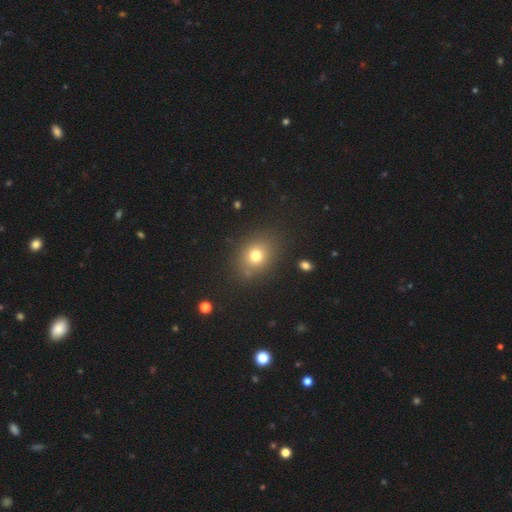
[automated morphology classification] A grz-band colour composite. It shows a smooth galaxy with no disk features (74%) that is round (60%). Merging: none (83%).